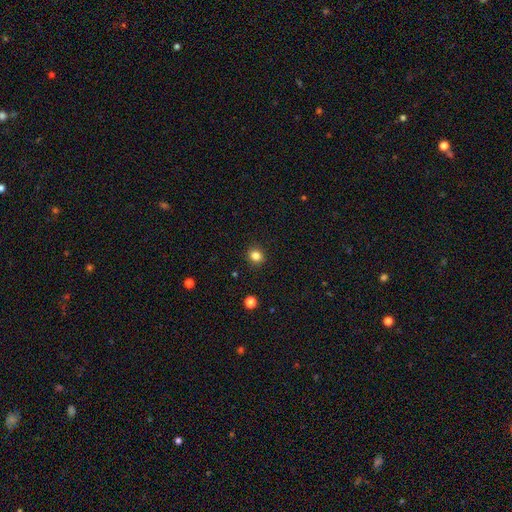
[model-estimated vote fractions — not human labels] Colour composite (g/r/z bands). It shows a smooth galaxy with no disk features (83%) that is round (84%). Merging: none (90%).